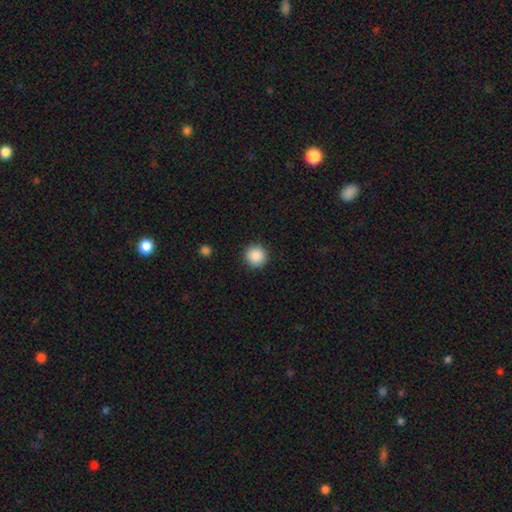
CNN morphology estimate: Smooth or featured? Predicted: smooth (p=0.89). How rounded? Predicted: round (p=0.96). Merging? Predicted: none (p=0.92).